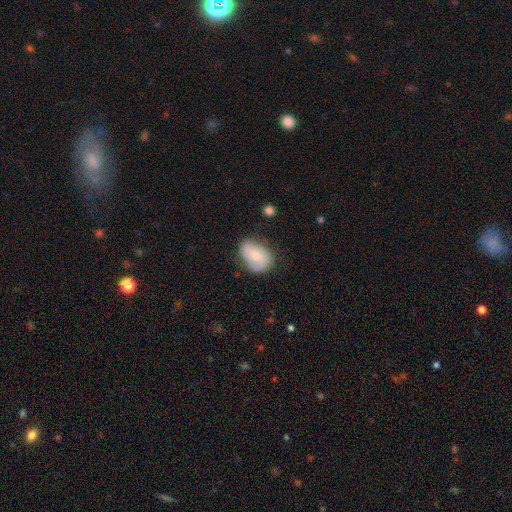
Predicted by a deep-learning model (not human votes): This is possibly a smooth galaxy (54%). How rounded: likely in between (72%). Merging: likely none (63%).